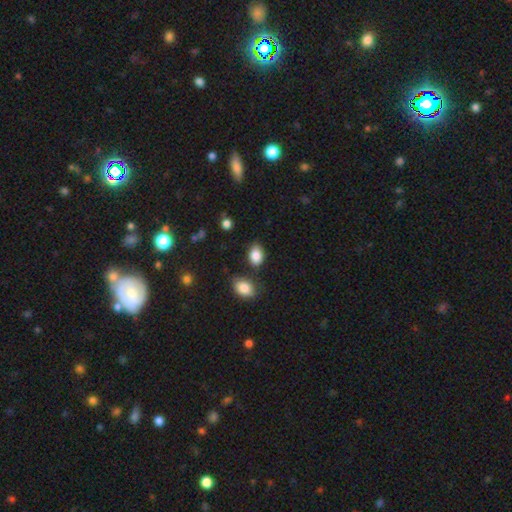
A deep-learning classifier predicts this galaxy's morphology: Overall: smooth (86%). How rounded: in between (82%). Merging: none (71%).